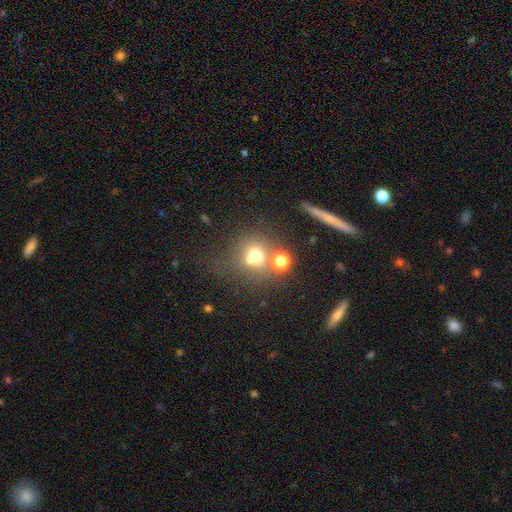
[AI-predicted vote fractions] smooth-or-featured: smooth: 60% | star or artifact: 20% | featured or disk: 19%
  how-rounded: round: 80% | in between: 19% | cigar-shaped: 1%
  merging: none: 44% | merger: 40% | minor disturbance: 9% | major disturbance: 7%